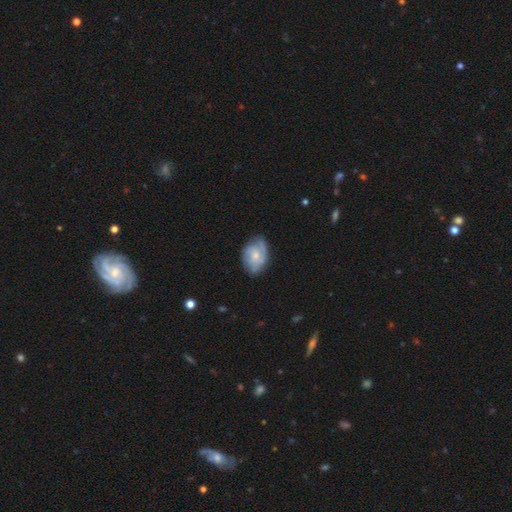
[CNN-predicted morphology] smooth-or-featured: featured or disk: 56% | smooth: 38% | star or artifact: 6%
  disk-edge-on: no: 96% | yes: 4%
    bar: no: 75% | weak: 23% | strong: 3%
    has-spiral-arms: yes: 79% | no: 21%
    bulge-size: small: 51% | moderate: 39% | none: 6% | large: 3% | dominant: 1%
  merging: none: 62% | minor disturbance: 28% | major disturbance: 9% | merger: 2%